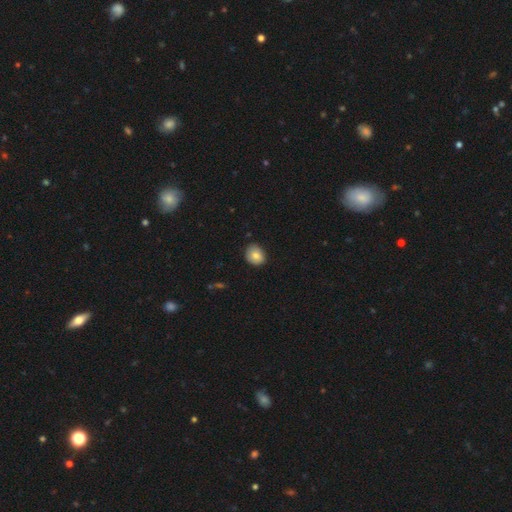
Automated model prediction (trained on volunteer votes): This appears to be a smooth galaxy with no disk features (81%) that is round (57%). Merging: none (78%).